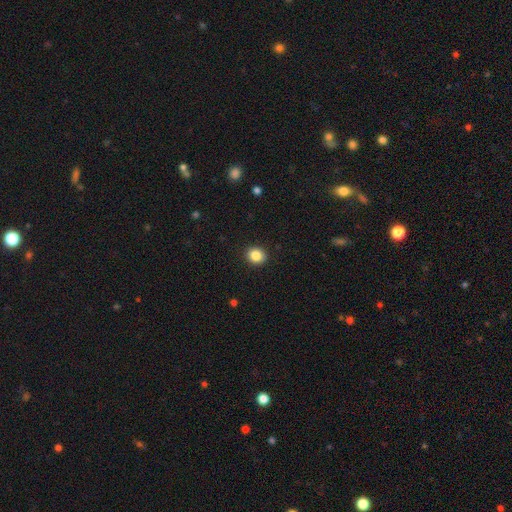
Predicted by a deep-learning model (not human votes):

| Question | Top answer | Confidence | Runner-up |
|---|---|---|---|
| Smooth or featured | smooth | 85% | star or artifact (10%) |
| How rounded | round | 77% | in between (22%) |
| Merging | none | 91% | minor disturbance (6%) |